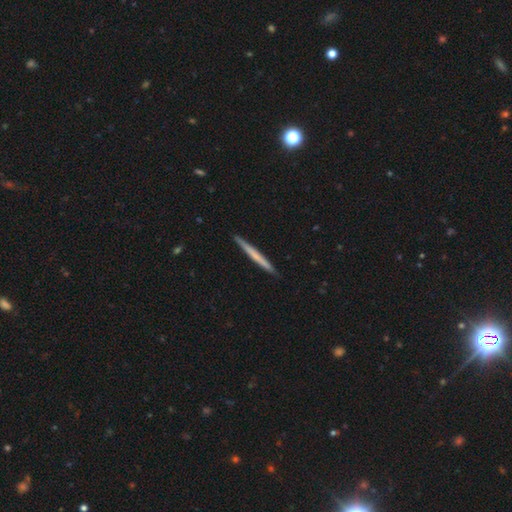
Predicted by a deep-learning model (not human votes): Overall: smooth (54%; featured or disk 41%). How rounded: cigar-shaped (97%). Merging: none (92%).